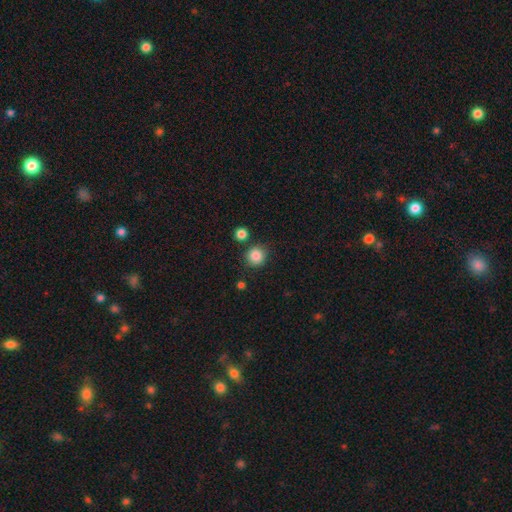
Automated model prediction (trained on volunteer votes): smooth 86%, star or artifact 10%, featured or disk 4%. Down the decision tree: how rounded — round (91%); merging — none (83%).